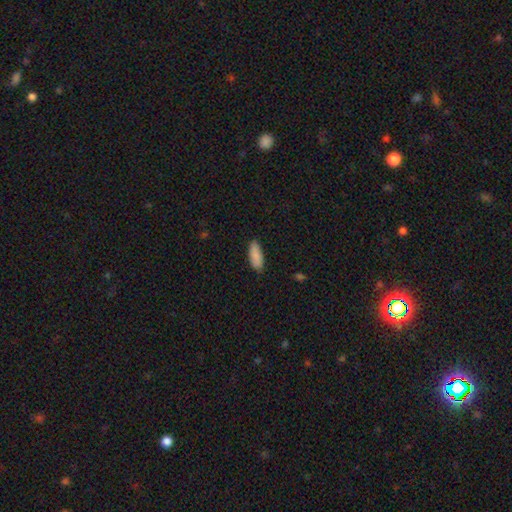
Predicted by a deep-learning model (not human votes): Morphology: type=smooth (88%); roundness=in between (78%); merging=none (84%).